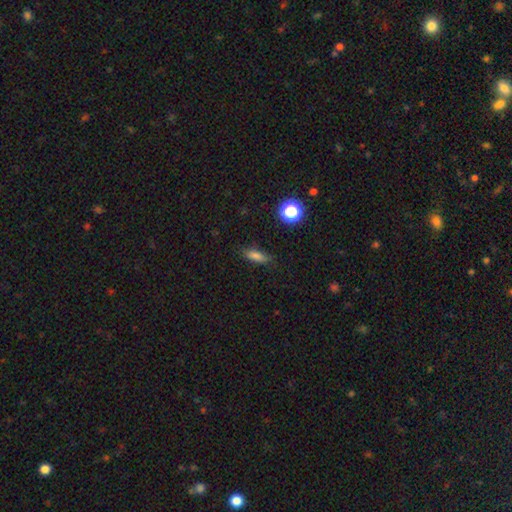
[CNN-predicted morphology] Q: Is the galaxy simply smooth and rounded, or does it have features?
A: smooth — 76%.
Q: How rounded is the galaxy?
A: in between — 54%.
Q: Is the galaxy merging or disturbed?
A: none — 83%.